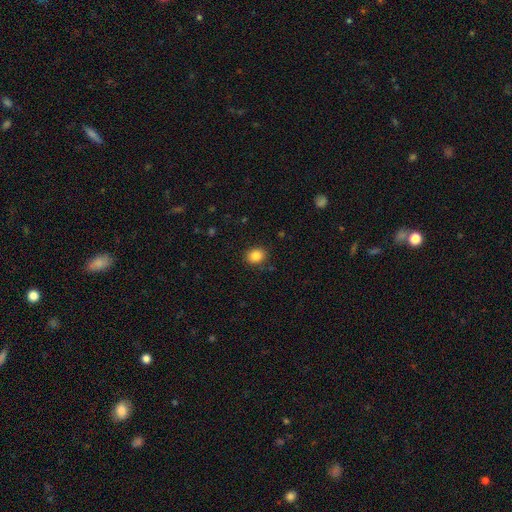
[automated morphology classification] A smooth galaxy with no disk features (85%) that is round (55%).

Vote fractions:
- Smooth or featured? smooth: 85% / star or artifact: 10% / featured or disk: 5%
- How rounded? round: 55% / in between: 45% / cigar-shaped: 1%
- Merging? none: 87% / minor disturbance: 9% / major disturbance: 3% / merger: 1%